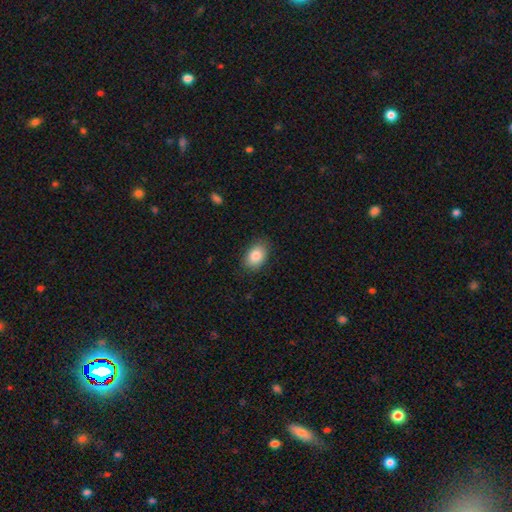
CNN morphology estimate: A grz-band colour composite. It shows a smooth galaxy with no disk features (85%) that is in between round and cigar-shaped (82%). Merging: none (84%).